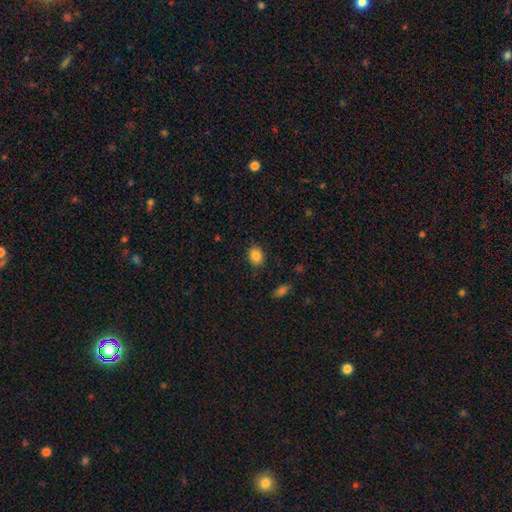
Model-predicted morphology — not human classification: A smooth galaxy with no disk features (86%) that is in between round and cigar-shaped (57%).

Vote fractions:
- Smooth or featured? smooth: 86% / star or artifact: 9% / featured or disk: 5%
- How rounded? in between: 57% / round: 42% / cigar-shaped: 1%
- Merging? none: 86% / minor disturbance: 10% / major disturbance: 3% / merger: 1%